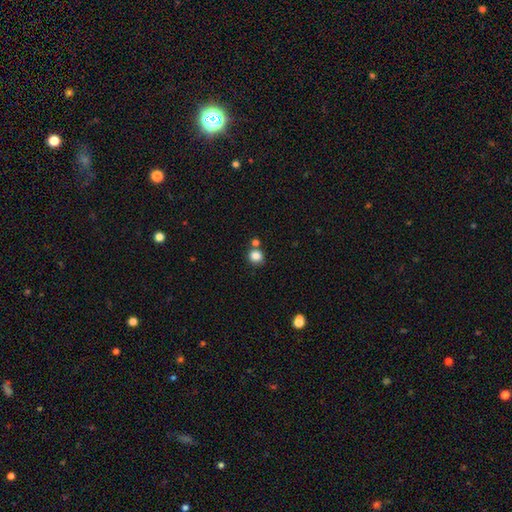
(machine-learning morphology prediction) Smooth or featured? Predicted: smooth (p=0.85). How rounded? Predicted: round (p=0.87). Merging? Predicted: none (p=0.73).